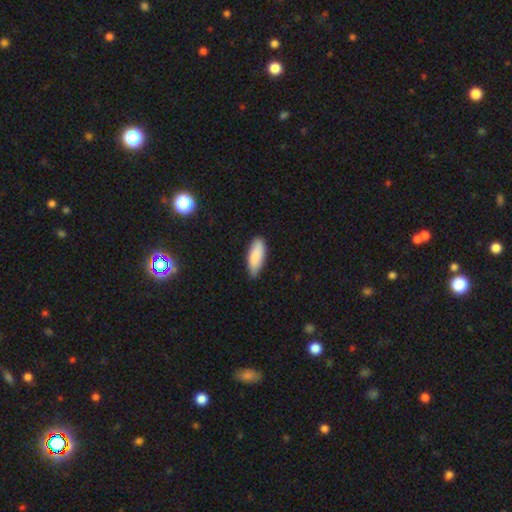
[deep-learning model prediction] Smooth or featured: smooth — 88% (featured or disk — 7%)
How rounded: in between — 73% (cigar-shaped — 25%)
Merging: none — 80% (minor disturbance — 17%)